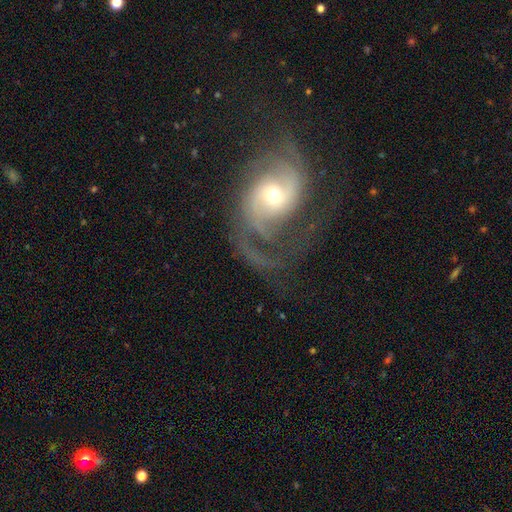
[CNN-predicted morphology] type=featured or disk (86%); edge-on=no (97%); bar=no (57%); spiral arms=yes (96%); winding=medium (47%); arm count=2 (72%); bulge=moderate (54%); merging=none (58%).